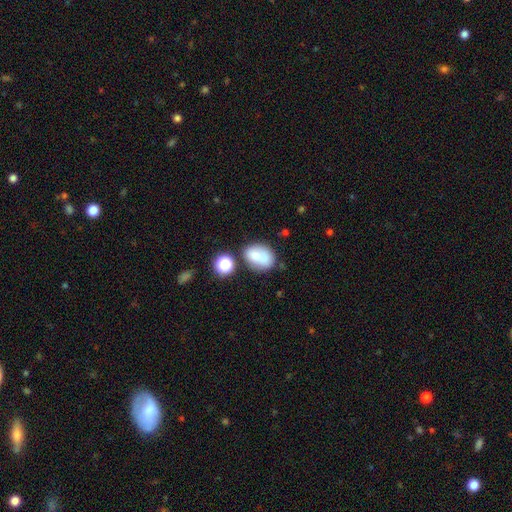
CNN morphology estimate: smooth_or_featured: smooth (p=0.75) [alt: featured or disk p=0.15]
how_rounded: in between (p=0.71) [alt: round p=0.27]
merging: none (p=0.56) [alt: minor disturbance p=0.20]